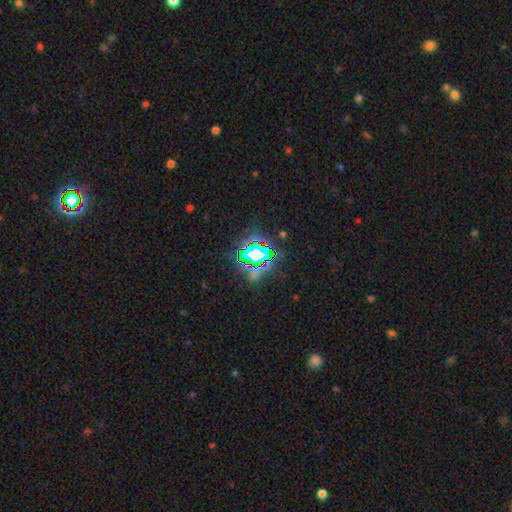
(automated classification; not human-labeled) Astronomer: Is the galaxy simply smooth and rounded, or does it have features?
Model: star or artifact — 71%.